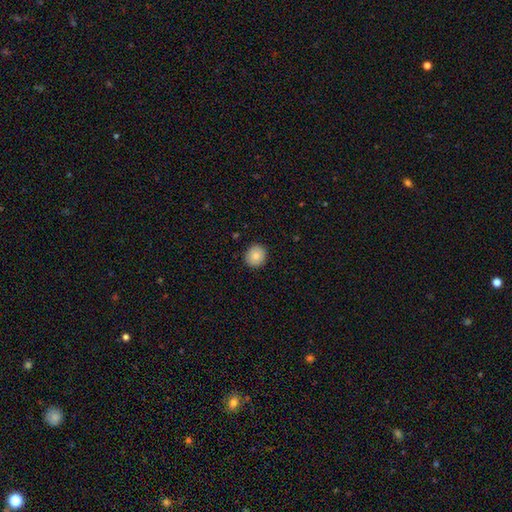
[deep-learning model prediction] Q: Smooth or featured?
A: smooth (85%); runner-up: star or artifact (8%)
Q: How rounded?
A: round (88%); runner-up: in between (11%)
Q: Merging?
A: none (91%); runner-up: minor disturbance (6%)